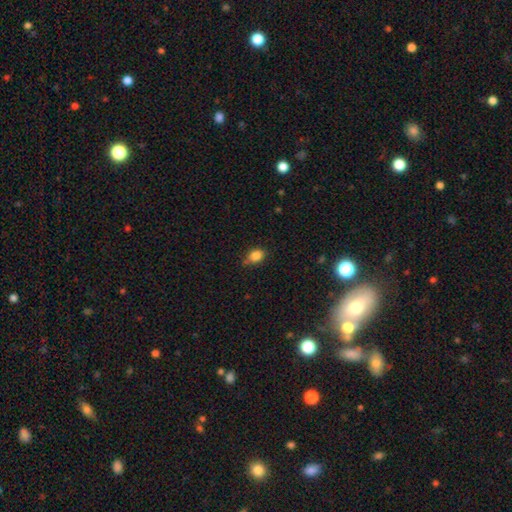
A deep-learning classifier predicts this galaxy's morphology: Smooth or featured? smooth (85%)
How rounded? in between (61%)
Merging? none (69%)